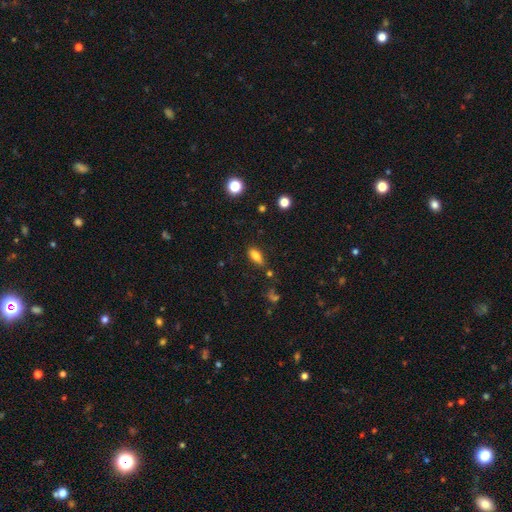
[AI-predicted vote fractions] Smooth or featured: smooth — 80% (star or artifact — 10%)
How rounded: in between — 80% (cigar-shaped — 16%)
Merging: none — 76% (minor disturbance — 15%)